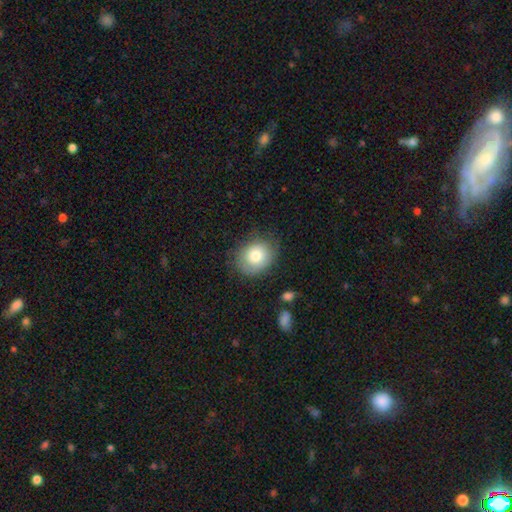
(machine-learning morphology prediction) smooth_or_featured: smooth (p=0.75) [alt: featured or disk p=0.17]
how_rounded: round (p=0.61) [alt: in between p=0.39]
merging: none (p=0.73) [alt: minor disturbance p=0.19]